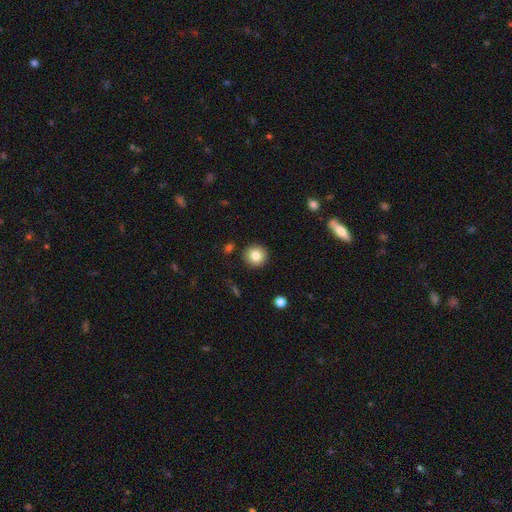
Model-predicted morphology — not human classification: Smooth or featured? Predicted: smooth (p=0.83). How rounded? Predicted: round (p=0.93). Merging? Predicted: none (p=0.90).